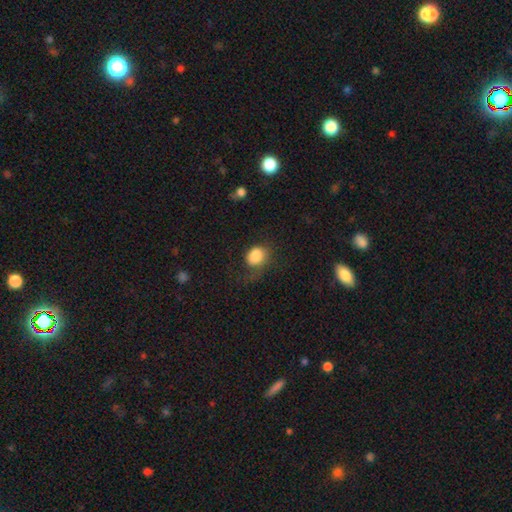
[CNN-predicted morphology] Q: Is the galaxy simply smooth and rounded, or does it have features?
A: smooth — 84%.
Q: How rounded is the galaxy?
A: round — 53%.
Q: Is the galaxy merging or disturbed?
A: none — 47%.